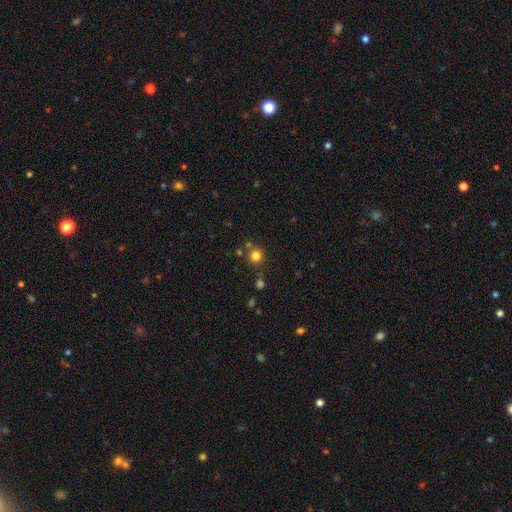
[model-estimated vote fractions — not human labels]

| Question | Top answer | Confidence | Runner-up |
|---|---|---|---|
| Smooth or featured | smooth | 79% | star or artifact (15%) |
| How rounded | round | 92% | in between (7%) |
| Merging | none | 77% | merger (11%) |